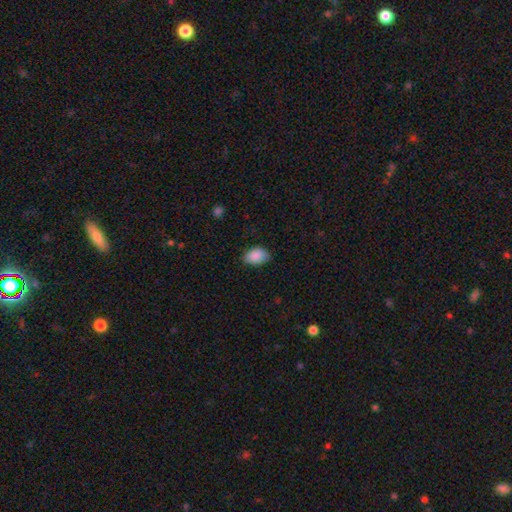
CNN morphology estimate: smooth 89%, star or artifact 7%, featured or disk 4%. Down the decision tree: how rounded — in between (84%); merging — none (78%).